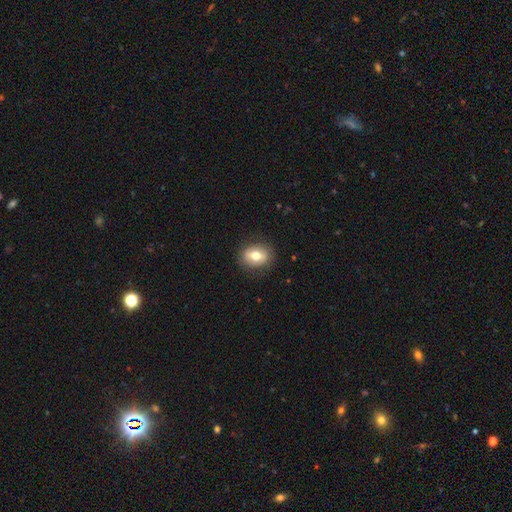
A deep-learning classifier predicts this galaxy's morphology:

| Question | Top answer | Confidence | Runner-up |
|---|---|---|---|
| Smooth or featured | smooth | 66% | featured or disk (26%) |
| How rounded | in between | 59% | round (39%) |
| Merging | none | 86% | minor disturbance (10%) |